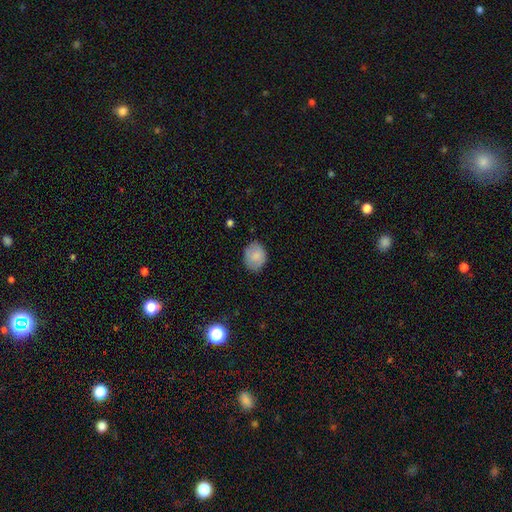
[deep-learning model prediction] This is clearly a smooth galaxy (83%). How rounded: possibly round (52%). Merging: likely none (79%).